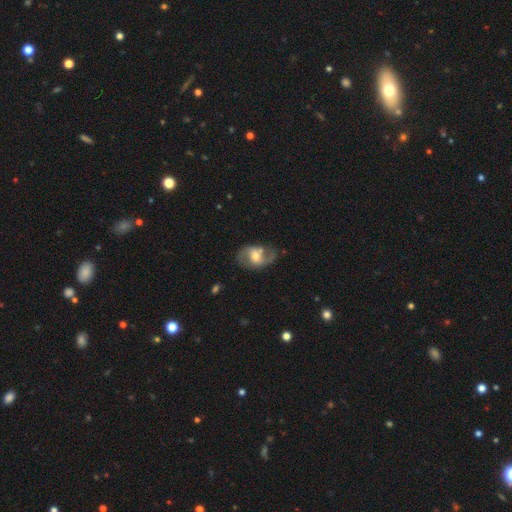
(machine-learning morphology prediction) smooth_or_featured: featured or disk (p=0.69) [alt: smooth p=0.24]
disk_edge_on: no (p=0.96) [alt: yes p=0.04]
bar: weak (p=0.44) [alt: no p=0.40]
has_spiral_arms: yes (p=0.84) [alt: no p=0.16]
spiral_winding: loose (p=0.46) [alt: medium p=0.42]
spiral_arm_count: 2 (p=0.84) [alt: 1 p=0.07]
bulge_size: moderate (p=0.62) [alt: small p=0.23]
merging: none (p=0.64) [alt: minor disturbance p=0.20]